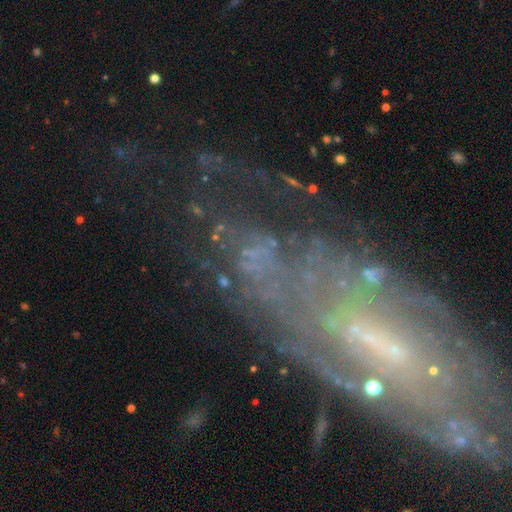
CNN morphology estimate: Smooth or featured? featured or disk (55%)
Edge-on disk? no (94%)
Bar? no (72%)
Spiral arms? yes (60%)
Bulge size? none (45%)
Merging? none (48%)